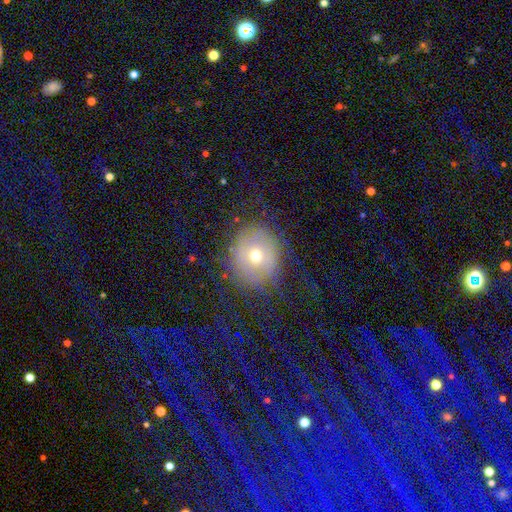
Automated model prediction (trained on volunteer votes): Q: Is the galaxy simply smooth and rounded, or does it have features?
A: smooth — 57%.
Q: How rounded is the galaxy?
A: round — 73%.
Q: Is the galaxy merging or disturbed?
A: none — 67%.